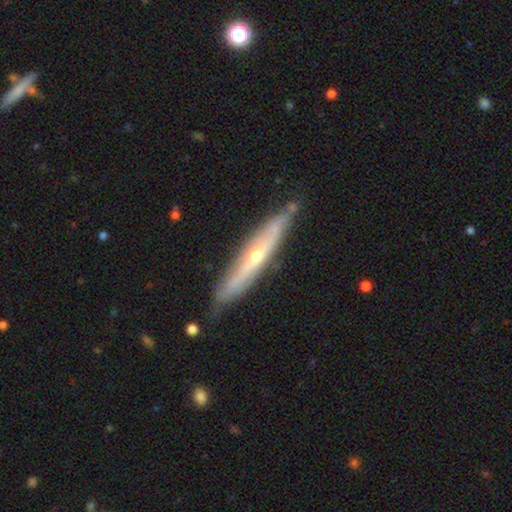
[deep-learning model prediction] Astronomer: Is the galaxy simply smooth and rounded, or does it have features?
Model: featured or disk — 69%.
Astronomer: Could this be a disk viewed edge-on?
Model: yes — 84%.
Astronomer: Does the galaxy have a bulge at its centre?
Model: rounded — 76%.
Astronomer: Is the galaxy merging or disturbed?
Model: none — 78%.